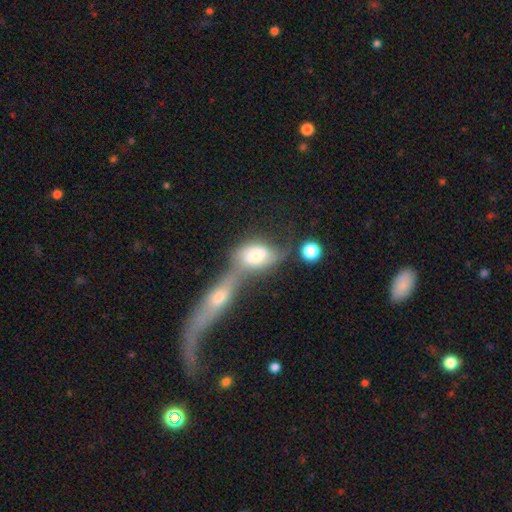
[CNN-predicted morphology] A smooth galaxy with no disk features (47%).

Vote fractions:
- Smooth or featured? smooth: 47% / featured or disk: 43% / star or artifact: 10%
- Merging? merger: 66% / none: 16% / major disturbance: 10% / minor disturbance: 8%